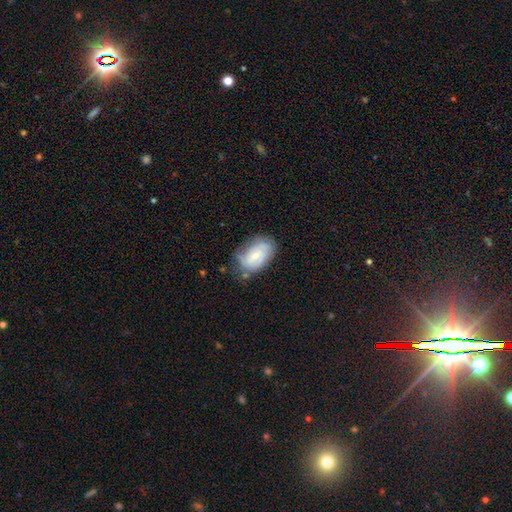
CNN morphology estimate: Q: Smooth or featured?
A: featured or disk (57%); runner-up: smooth (36%)
Q: Edge-on disk?
A: no (96%); runner-up: yes (4%)
Q: Bar?
A: no (49%); runner-up: weak (42%)
Q: Spiral arms?
A: yes (81%); runner-up: no (19%)
Q: Bulge size?
A: small (59%); runner-up: moderate (35%)
Q: Merging?
A: none (58%); runner-up: minor disturbance (29%)